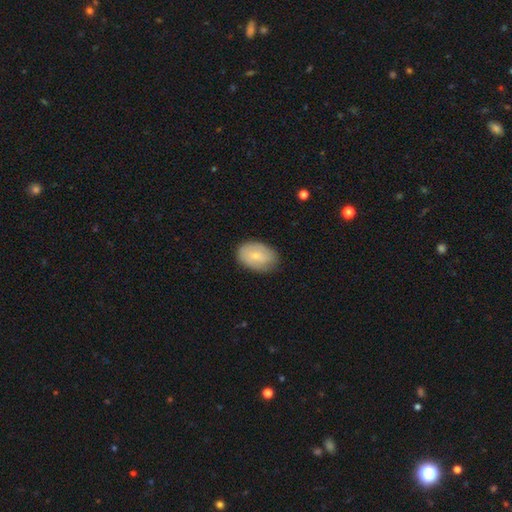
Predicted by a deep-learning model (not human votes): smooth-or-featured: smooth: 65% | featured or disk: 28% | star or artifact: 7%
  how-rounded: in between: 86% | round: 13% | cigar-shaped: 1%
  merging: none: 78% | minor disturbance: 17% | major disturbance: 4% | merger: 1%